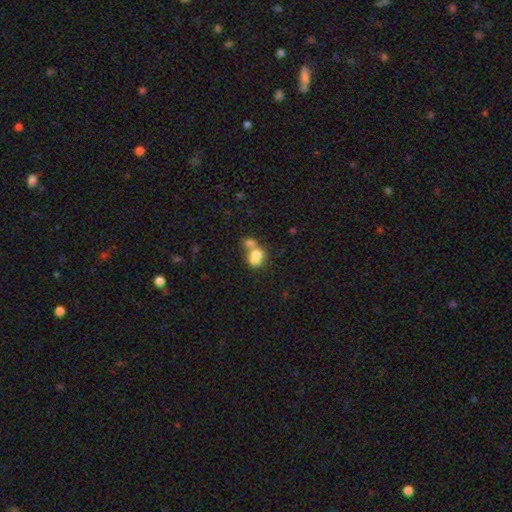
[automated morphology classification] smooth 67%, featured or disk 23%, star or artifact 10%. Down the decision tree: how rounded — round (52%); merging — merger (66%).